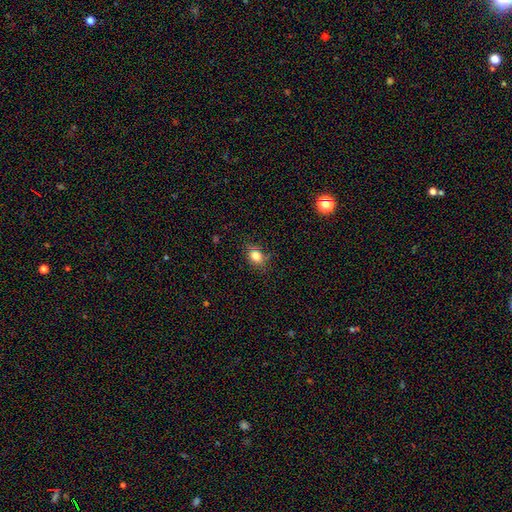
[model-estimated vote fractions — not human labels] Smooth or featured?
  - smooth: 80% *
  - star or artifact: 12%
  - featured or disk: 8%
How rounded?
  - in between: 64% *
  - round: 34%
  - cigar-shaped: 2%
Merging?
  - none: 77% *
  - minor disturbance: 18%
  - major disturbance: 4%
  - merger: 2%